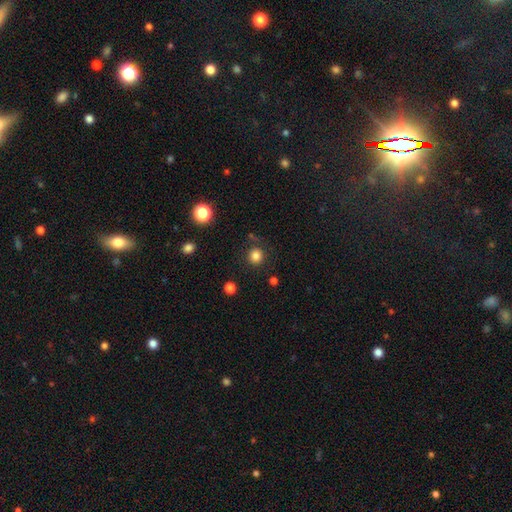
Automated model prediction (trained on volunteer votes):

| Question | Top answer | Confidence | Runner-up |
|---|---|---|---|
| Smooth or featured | smooth | 83% | star or artifact (13%) |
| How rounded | round | 92% | in between (7%) |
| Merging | none | 86% | minor disturbance (8%) |